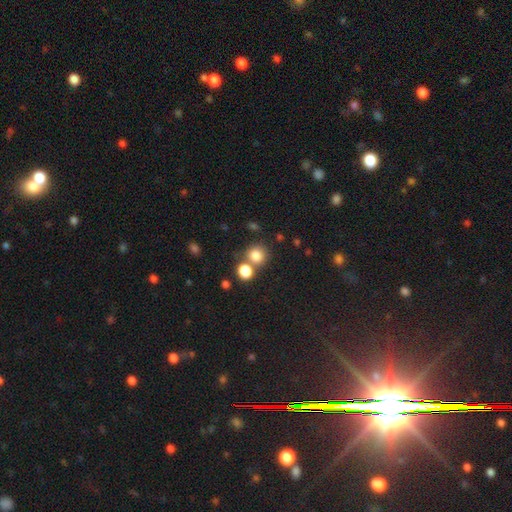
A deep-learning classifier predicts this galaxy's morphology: This is clearly a smooth galaxy (81%). How rounded: clearly round (83%). Merging: likely none (60%).